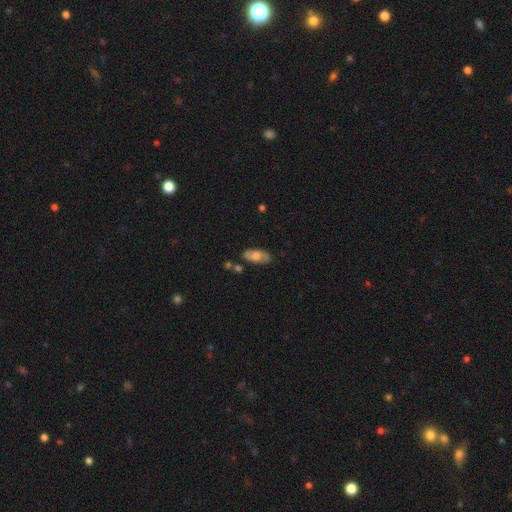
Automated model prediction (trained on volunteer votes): smooth 60%, featured or disk 33%, star or artifact 7%. Down the decision tree: how rounded — in between (88%); merging — none (79%).